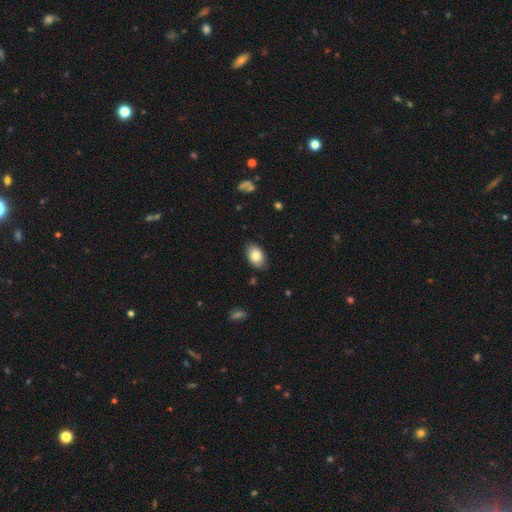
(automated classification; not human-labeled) smooth-or-featured: smooth: 85% | featured or disk: 8% | star or artifact: 7%
  how-rounded: in between: 89% | round: 10% | cigar-shaped: 1%
  merging: none: 82% | minor disturbance: 14% | major disturbance: 3% | merger: 1%